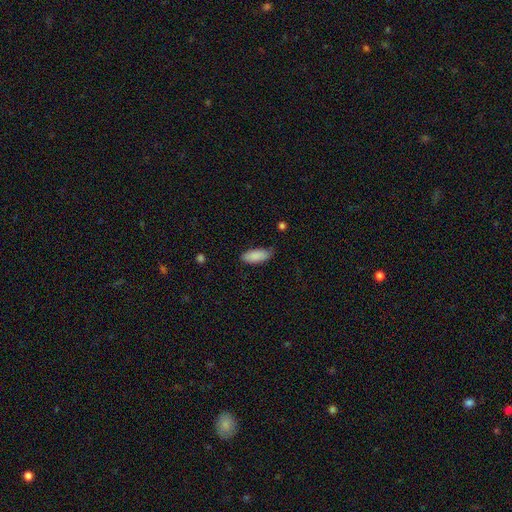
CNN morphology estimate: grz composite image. It shows a smooth galaxy with no disk features (88%) that is in between round and cigar-shaped (85%). Merging: none (73%).